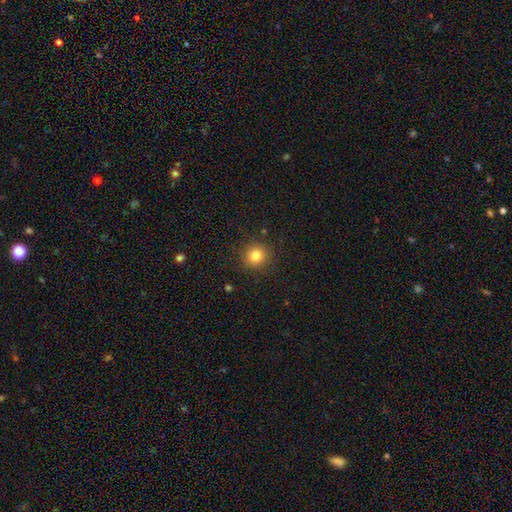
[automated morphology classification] Q: Smooth or featured?
A: smooth (82%); runner-up: star or artifact (12%)
Q: How rounded?
A: round (93%); runner-up: in between (6%)
Q: Merging?
A: none (90%); runner-up: minor disturbance (6%)